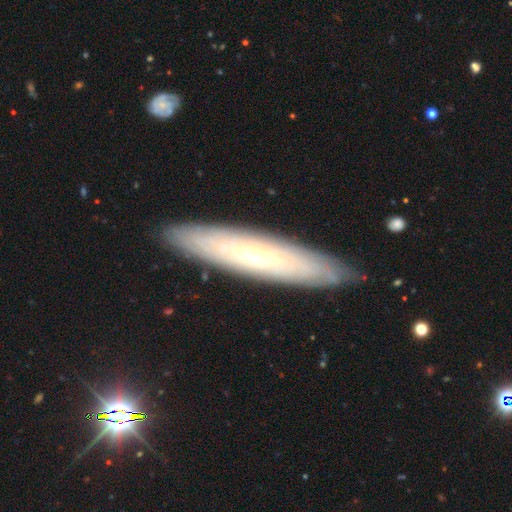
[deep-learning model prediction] This is likely a featured or disk galaxy (64%). It is possibly viewed edge-on (50%, tied with no). Merging: clearly none (88%).